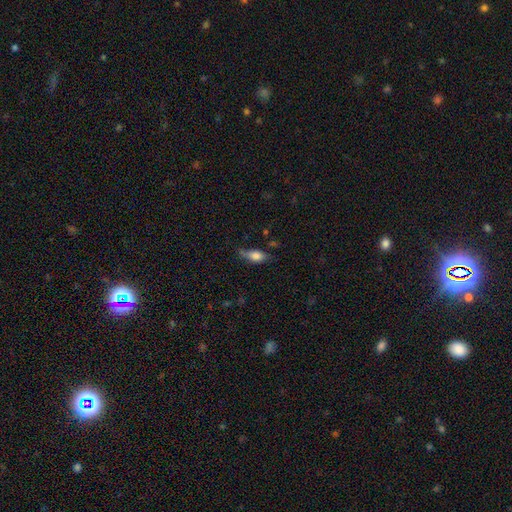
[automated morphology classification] A smooth galaxy with no disk features (74%) that is in between round and cigar-shaped (78%).

Vote fractions:
- Smooth or featured? smooth: 74% / featured or disk: 18% / star or artifact: 8%
- How rounded? in between: 78% / cigar-shaped: 16% / round: 6%
- Merging? none: 53% / minor disturbance: 33% / major disturbance: 11% / merger: 3%